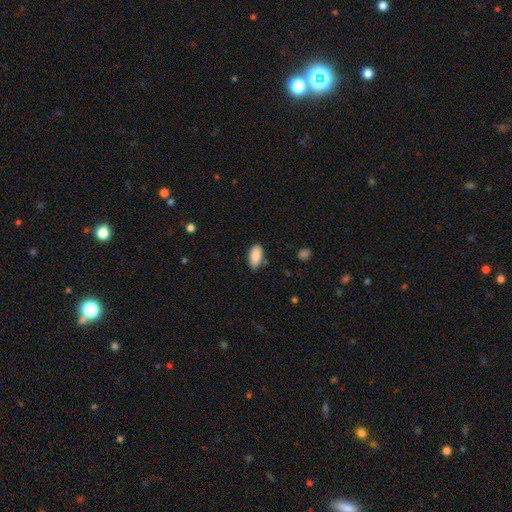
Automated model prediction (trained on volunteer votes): smooth-or-featured: smooth: 88% | star or artifact: 7% | featured or disk: 5%
  how-rounded: in between: 93% | cigar-shaped: 5% | round: 2%
  merging: none: 81% | minor disturbance: 14% | major disturbance: 3% | merger: 2%